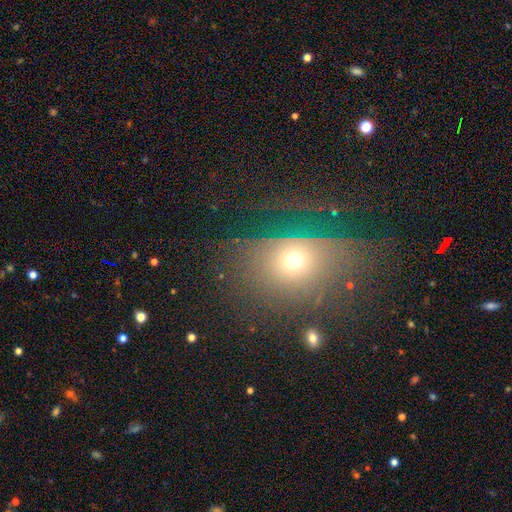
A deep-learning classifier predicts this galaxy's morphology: type=smooth (52%); roundness=in between (51%); merging=none (60%).